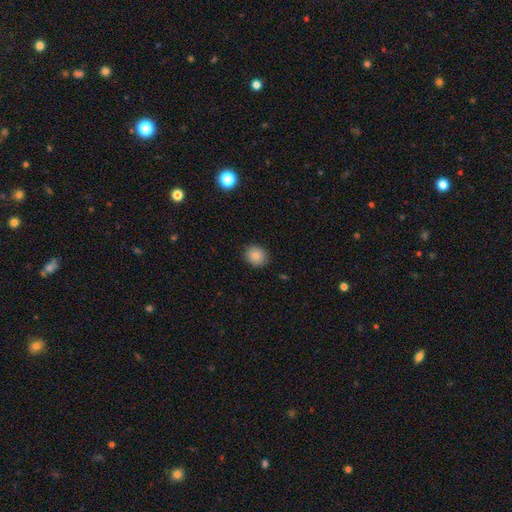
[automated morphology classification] Overall: smooth (86%). How rounded: round (71%). Merging: none (88%).